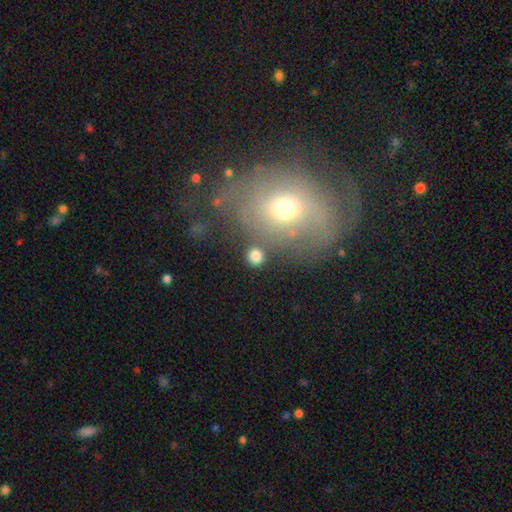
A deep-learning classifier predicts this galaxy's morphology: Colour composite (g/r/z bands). It shows a smooth galaxy with no disk features (79%) that is round (84%). Merging: none (78%).